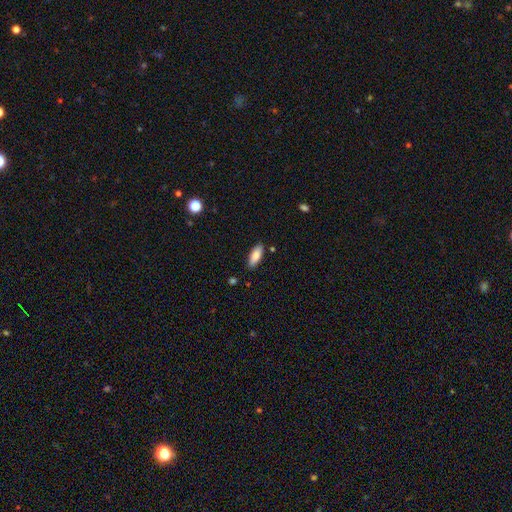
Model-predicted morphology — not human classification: Smooth or featured? Predicted: smooth (p=0.82). How rounded? Predicted: in between (p=0.74). Merging? Predicted: none (p=0.85).